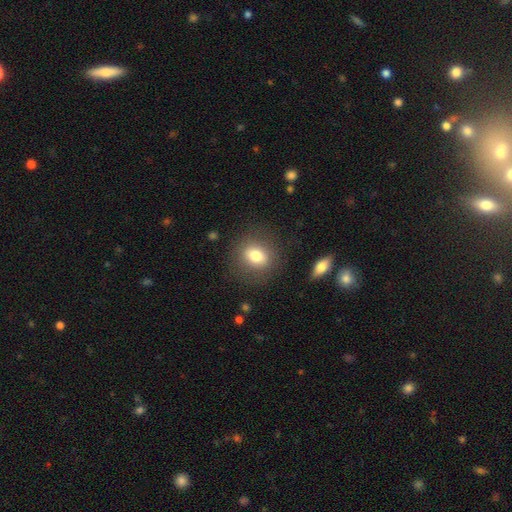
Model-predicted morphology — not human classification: Smooth or featured? smooth (76%)
How rounded? round (64%)
Merging? none (83%)